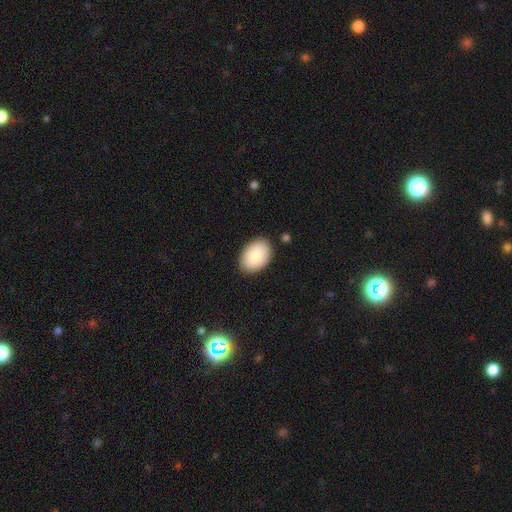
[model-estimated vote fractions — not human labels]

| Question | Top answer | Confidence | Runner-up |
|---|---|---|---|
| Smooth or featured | smooth | 85% | featured or disk (9%) |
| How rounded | in between | 88% | round (11%) |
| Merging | none | 87% | minor disturbance (9%) |